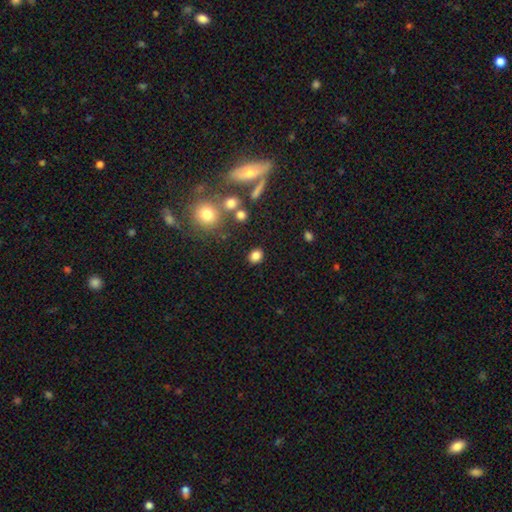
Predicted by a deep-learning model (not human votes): smooth_or_featured: smooth (p=0.82) [alt: star or artifact p=0.13]
how_rounded: round (p=0.54) [alt: in between p=0.44]
merging: none (p=0.83) [alt: minor disturbance p=0.09]